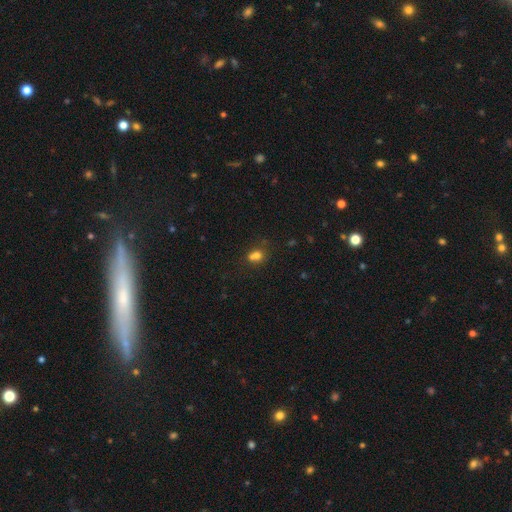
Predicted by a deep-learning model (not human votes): Morphology: type=smooth (72%); roundness=round (52%); merging=merger (44%).